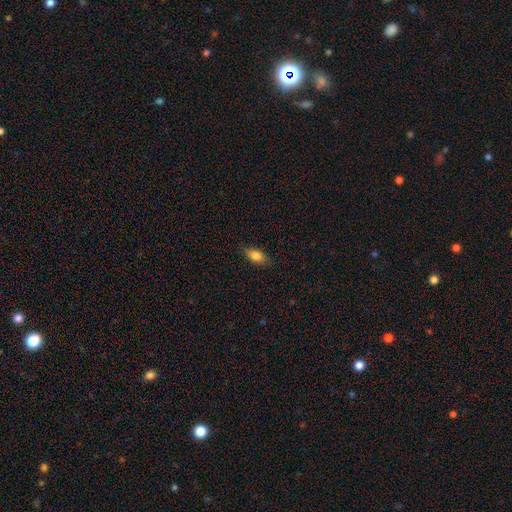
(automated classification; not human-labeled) A smooth galaxy with no disk features (82%) that is in between round and cigar-shaped (87%). Merging: none (83%).